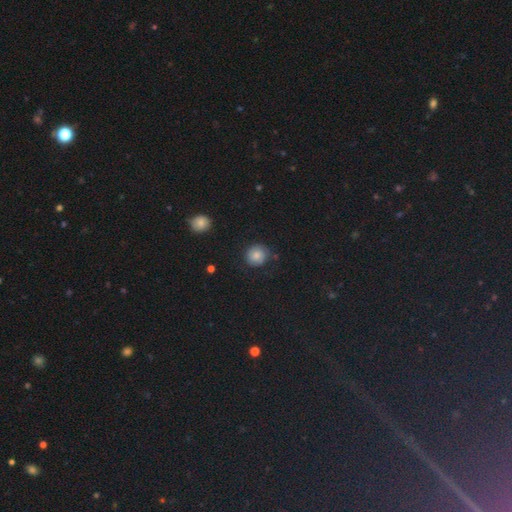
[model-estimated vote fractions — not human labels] Smooth or featured? smooth (71%)
How rounded? round (91%)
Merging? none (81%)